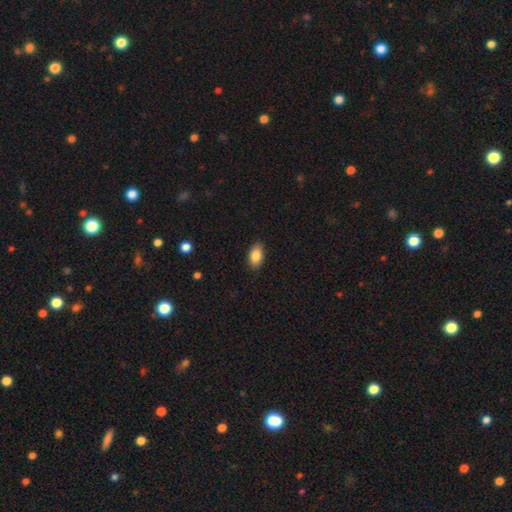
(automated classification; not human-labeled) Morphology: type=smooth (87%); roundness=in between (91%); merging=none (87%).